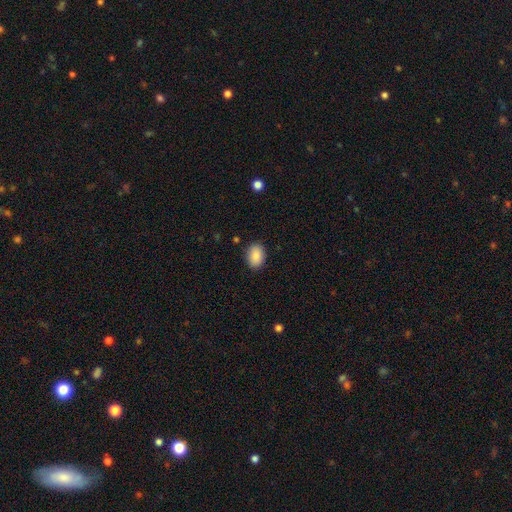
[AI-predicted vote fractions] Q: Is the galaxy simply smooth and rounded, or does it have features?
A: smooth — 89%.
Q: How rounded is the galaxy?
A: in between — 75%.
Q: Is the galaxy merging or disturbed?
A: none — 87%.